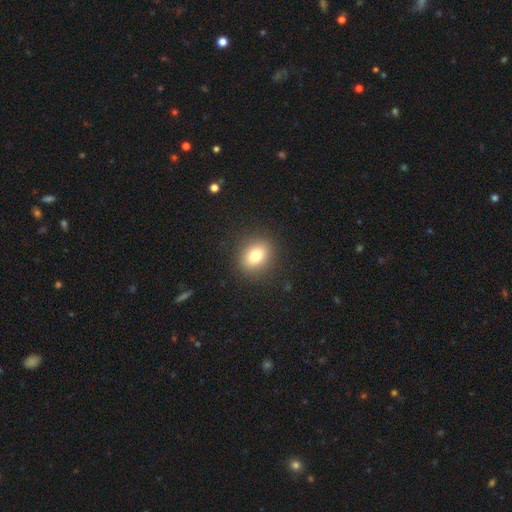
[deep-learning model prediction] smooth_or_featured: smooth (p=0.79) [alt: star or artifact p=0.11]
how_rounded: round (p=0.53) [alt: in between p=0.45]
merging: none (p=0.89) [alt: minor disturbance p=0.07]